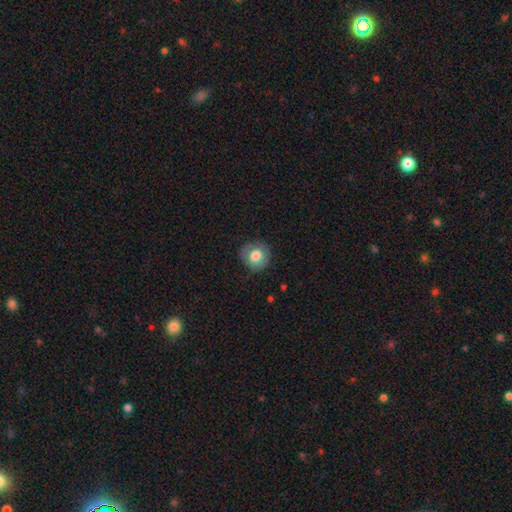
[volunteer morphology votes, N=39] smooth-or-featured: smooth: 67% | featured or disk: 28% | star or artifact: 5%
  how-rounded: round: 88% | in between: 12% | cigar-shaped: 0%
  merging: none: 86% | minor disturbance: 14% | major disturbance: 0% | merger: 0%